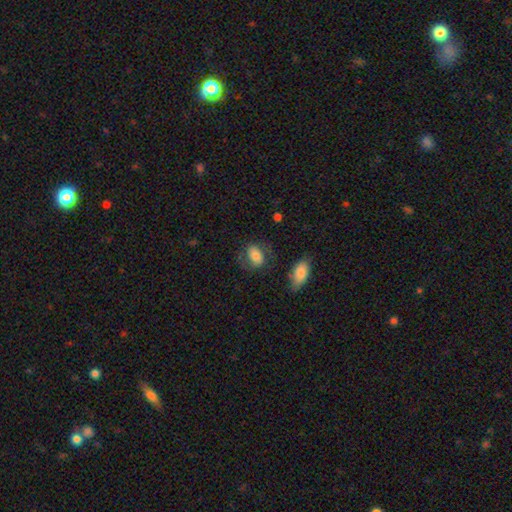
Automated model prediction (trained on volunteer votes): This appears to be a smooth galaxy with no disk features (71%) that is in between round and cigar-shaped (79%). Merging: none (64%).